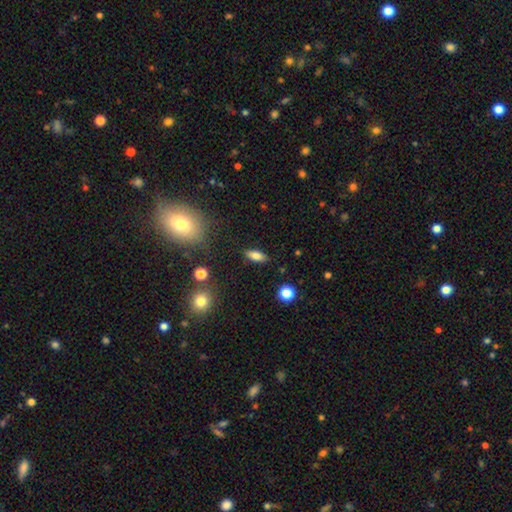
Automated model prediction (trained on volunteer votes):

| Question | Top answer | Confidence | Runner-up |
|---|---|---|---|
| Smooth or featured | smooth | 79% | featured or disk (12%) |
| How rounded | in between | 79% | cigar-shaped (17%) |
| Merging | none | 86% | minor disturbance (10%) |